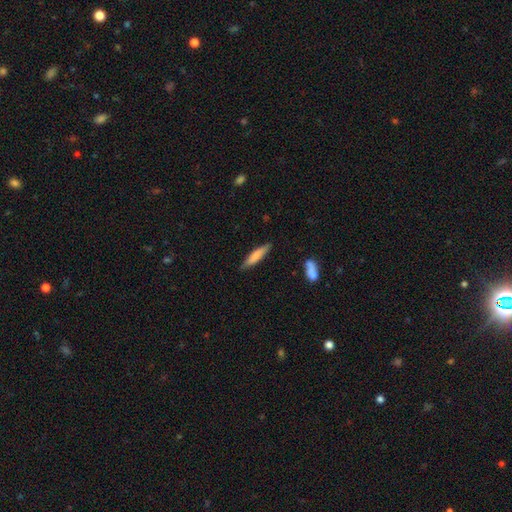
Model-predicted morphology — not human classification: Overall: smooth (75%). How rounded: cigar-shaped (84%). Merging: none (82%).